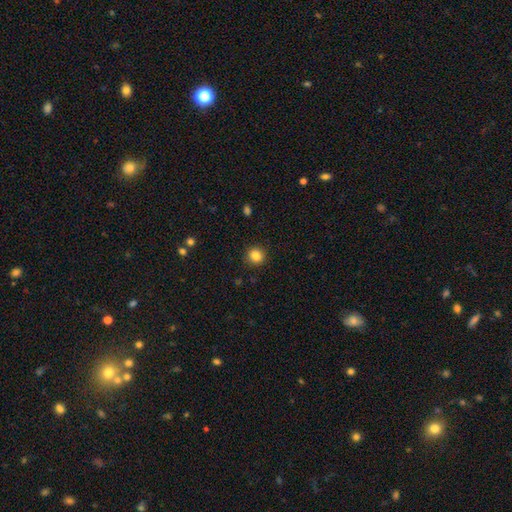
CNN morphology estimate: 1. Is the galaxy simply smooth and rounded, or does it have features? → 85% smooth, 11% star or artifact, 4% featured or disk.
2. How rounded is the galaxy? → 88% round, 11% in between, 1% cigar-shaped.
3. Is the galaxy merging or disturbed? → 90% none, 7% minor disturbance, 2% major disturbance, 1% merger.